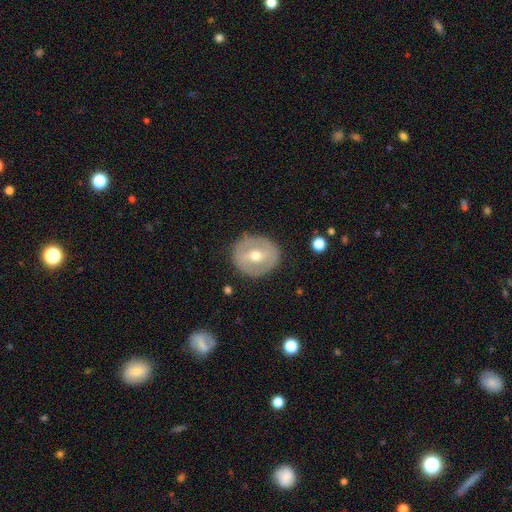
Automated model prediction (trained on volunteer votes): This appears to be a featured or disk galaxy (58%) with a weak bar (40%), no spiral arms (72%) and a moderate central bulge (68%). Merging: none (85%).